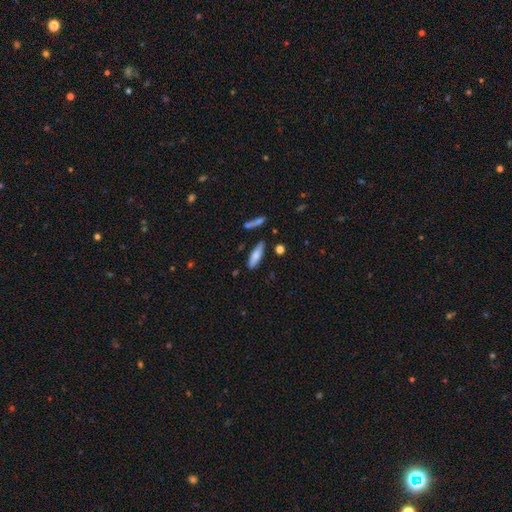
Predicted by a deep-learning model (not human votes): This appears to be a smooth galaxy with no disk features (76%) that is cigar-shaped (58%). Merging: none (77%).